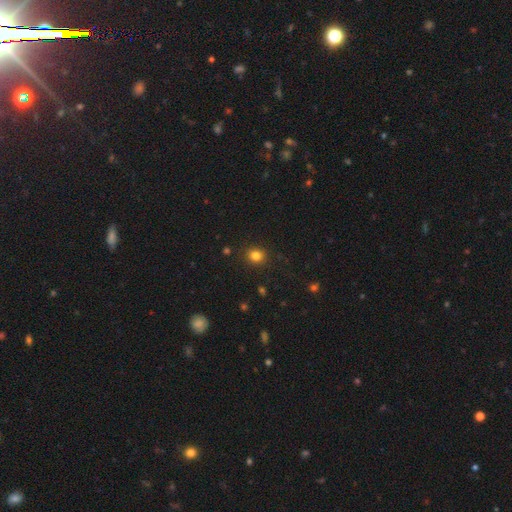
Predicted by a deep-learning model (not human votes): A smooth galaxy with no disk features (81%) that is round (80%). Merging: none (89%).